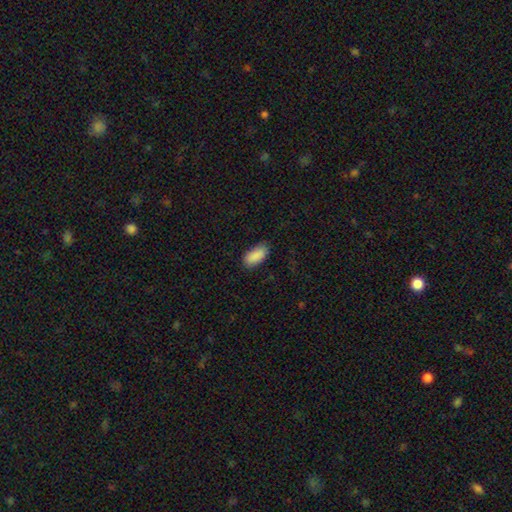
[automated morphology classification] Q: Smooth or featured?
A: smooth (89%); runner-up: star or artifact (7%)
Q: How rounded?
A: in between (91%); runner-up: cigar-shaped (7%)
Q: Merging?
A: none (81%); runner-up: minor disturbance (15%)